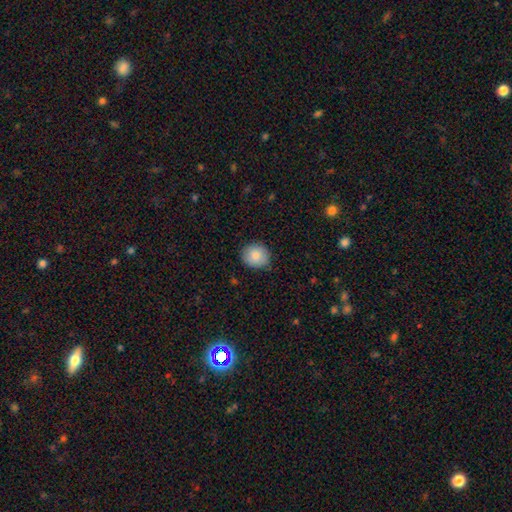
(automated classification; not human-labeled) This appears to be a smooth galaxy with no disk features (84%) that is round (86%). Merging: none (87%).